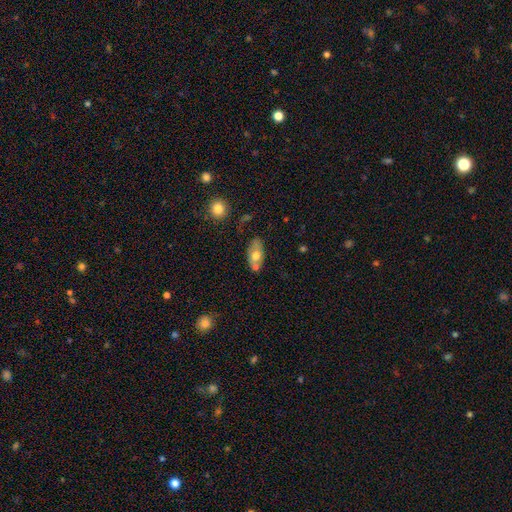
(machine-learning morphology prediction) This appears to be a smooth galaxy with no disk features (62%) that is in between round and cigar-shaped (88%). Merging: none (50%).